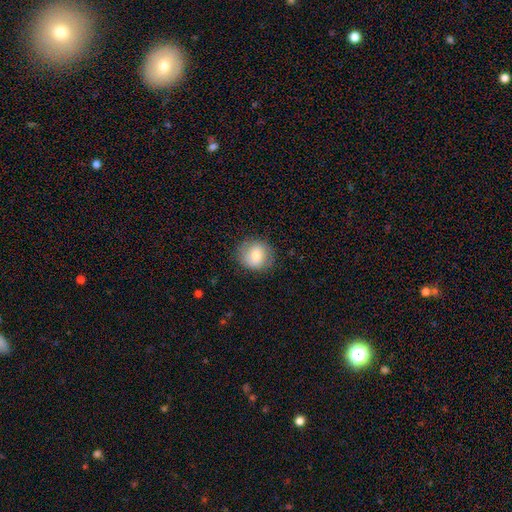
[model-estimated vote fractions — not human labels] This is likely a smooth galaxy (74%). How rounded: clearly round (85%). Merging: clearly none (83%).